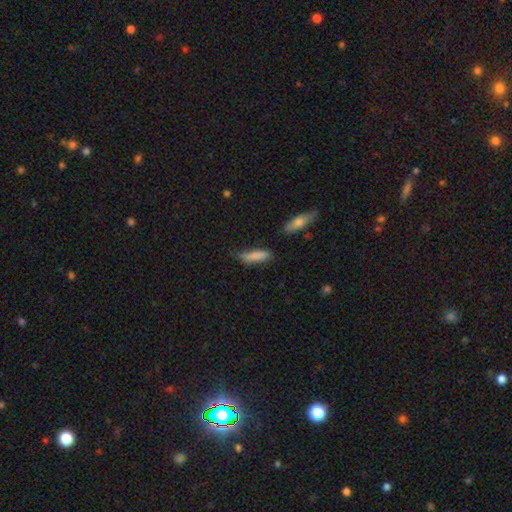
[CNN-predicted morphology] A smooth galaxy with no disk features (83%) that is cigar-shaped (55%). Merging: none (56%).